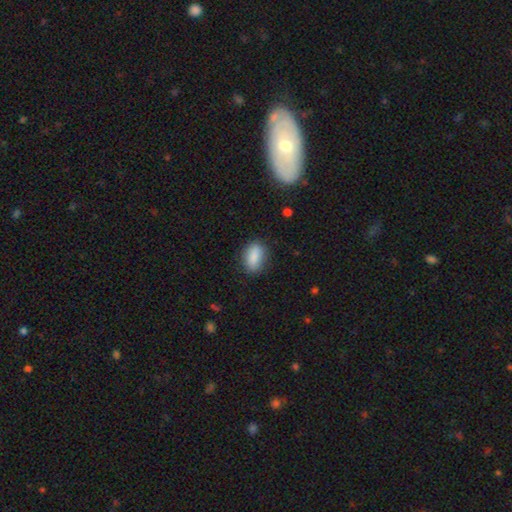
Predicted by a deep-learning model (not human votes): A smooth galaxy with no disk features (86%) that is in between round and cigar-shaped (86%).

Vote fractions:
- Smooth or featured? smooth: 86% / star or artifact: 7% / featured or disk: 6%
- How rounded? in between: 86% / cigar-shaped: 8% / round: 7%
- Merging? none: 84% / minor disturbance: 12% / major disturbance: 3% / merger: 1%